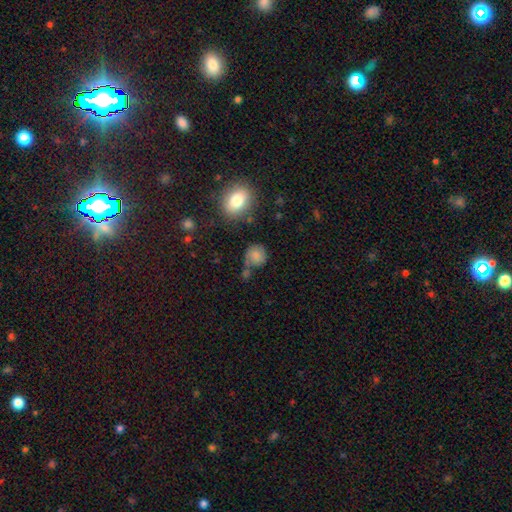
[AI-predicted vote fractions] This appears to be a smooth galaxy with no disk features (78%) that is round (84%). Merging: none (60%).